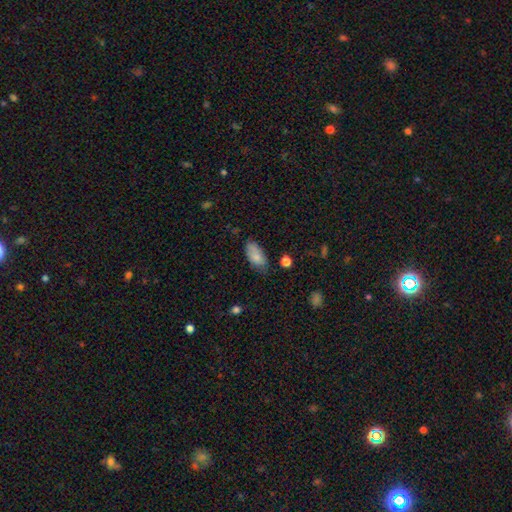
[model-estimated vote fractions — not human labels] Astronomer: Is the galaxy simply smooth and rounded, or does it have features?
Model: smooth — 82%.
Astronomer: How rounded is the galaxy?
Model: in between — 89%.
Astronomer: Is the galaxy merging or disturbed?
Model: none — 67%.